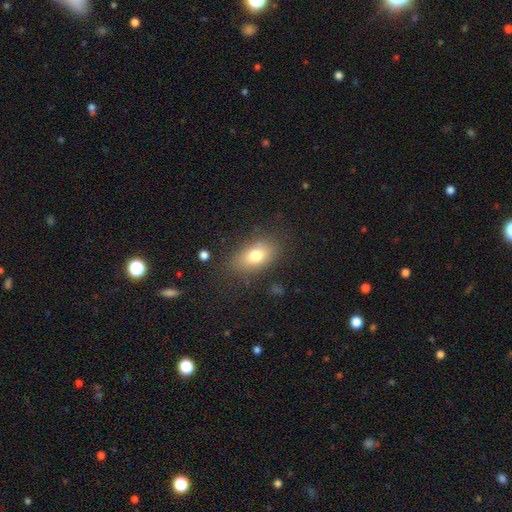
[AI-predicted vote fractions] Smooth or featured? Predicted: smooth (p=0.76). How rounded? Predicted: in between (p=0.85). Merging? Predicted: none (p=0.77).